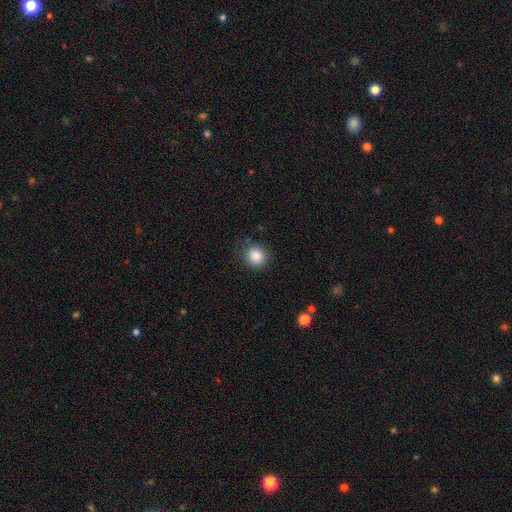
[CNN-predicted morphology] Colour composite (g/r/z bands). It shows a smooth galaxy with no disk features (86%) that is round (85%). Merging: none (81%).